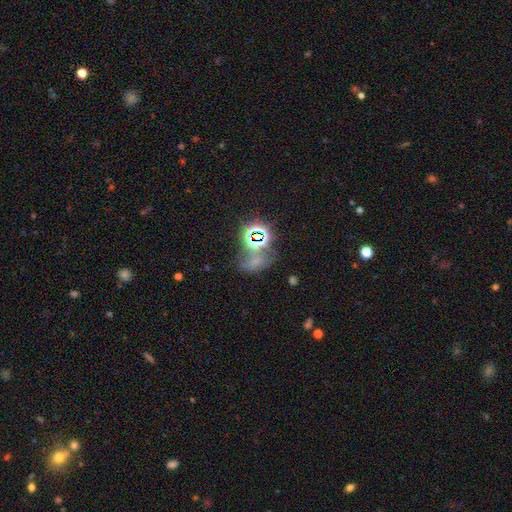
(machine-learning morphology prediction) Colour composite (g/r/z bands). It shows a star or artifact, not a galaxy (66%).